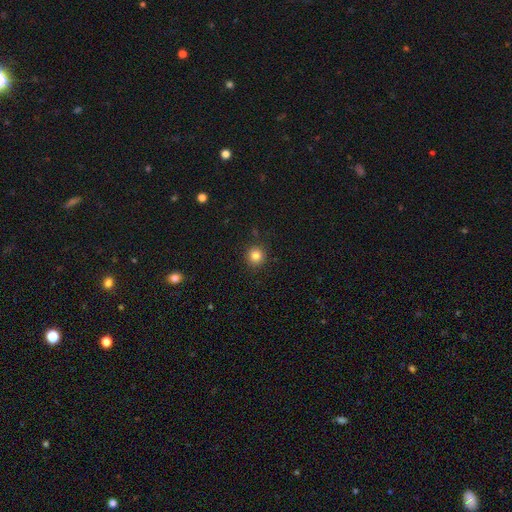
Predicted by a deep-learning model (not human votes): Morphology: type=smooth (83%); roundness=round (93%); merging=none (90%).